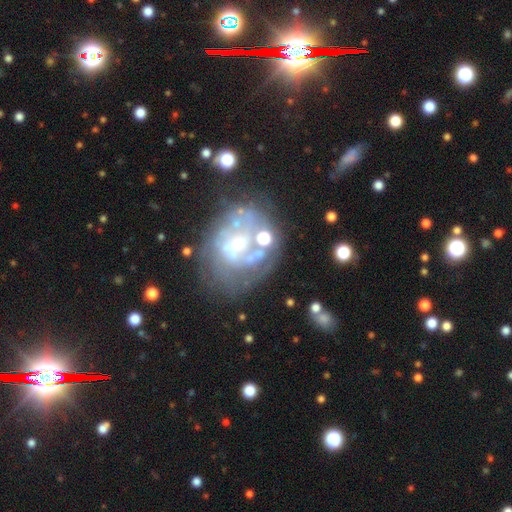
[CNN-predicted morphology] Smooth or featured? Predicted: featured or disk (p=0.67). Edge-on disk? Predicted: no (p=0.97). Bar? Predicted: no (p=0.73). Spiral arms? Predicted: no (p=0.53). Bulge size? Predicted: moderate (p=0.38). Merging? Predicted: none (p=0.43).